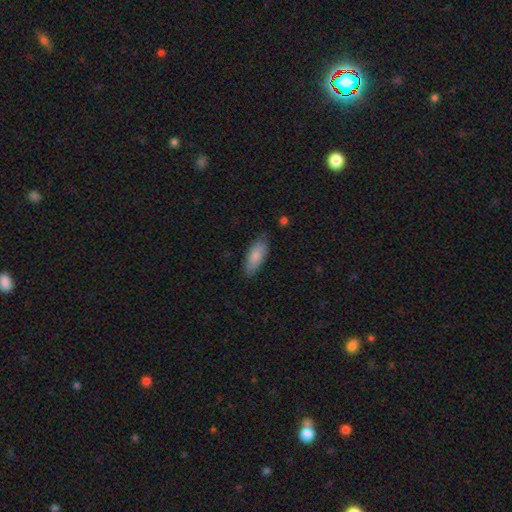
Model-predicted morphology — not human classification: Q: Smooth or featured?
A: smooth (83%); runner-up: featured or disk (11%)
Q: How rounded?
A: in between (77%); runner-up: cigar-shaped (21%)
Q: Merging?
A: none (80%); runner-up: minor disturbance (16%)